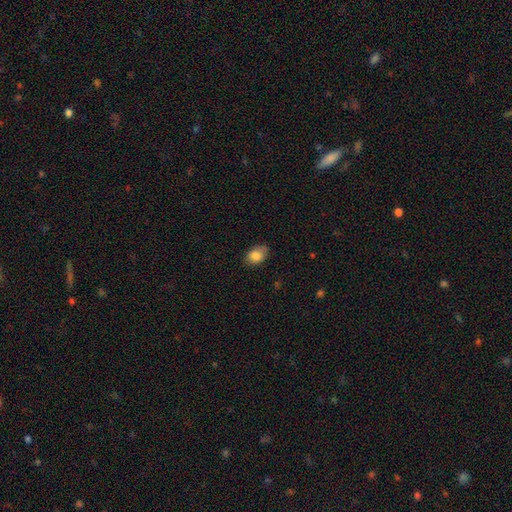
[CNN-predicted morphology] The model was most divided on "merging": none: 72%, minor disturbance: 23%, major disturbance: 4%, merger: 1%. More confident: smooth or featured — smooth (84%); how rounded — in between (77%).